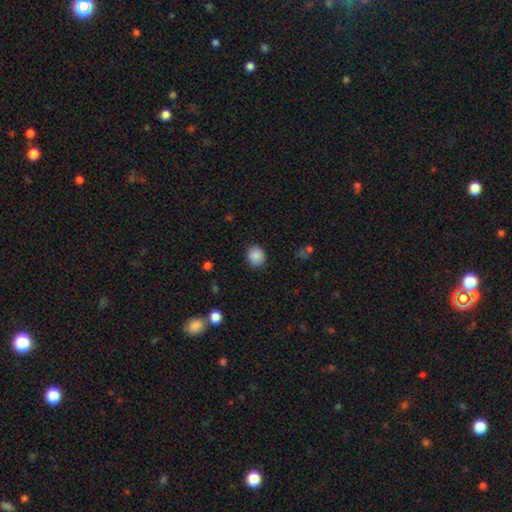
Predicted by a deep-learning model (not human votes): Smooth or featured: smooth — 88% (star or artifact — 9%)
How rounded: round — 76% (in between — 23%)
Merging: none — 87% (minor disturbance — 9%)